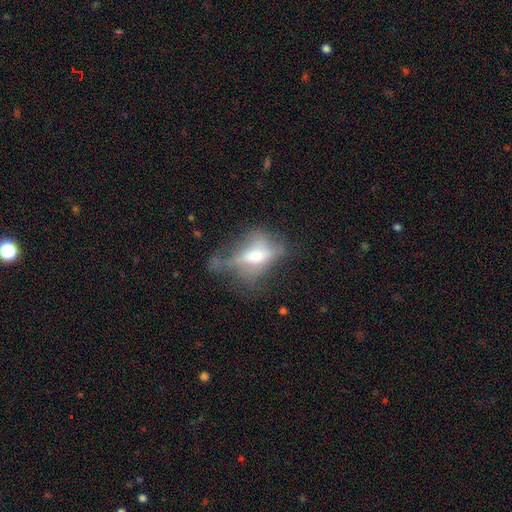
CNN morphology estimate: This appears to be a smooth galaxy with no disk features (45%). Merging: major disturbance (43%).